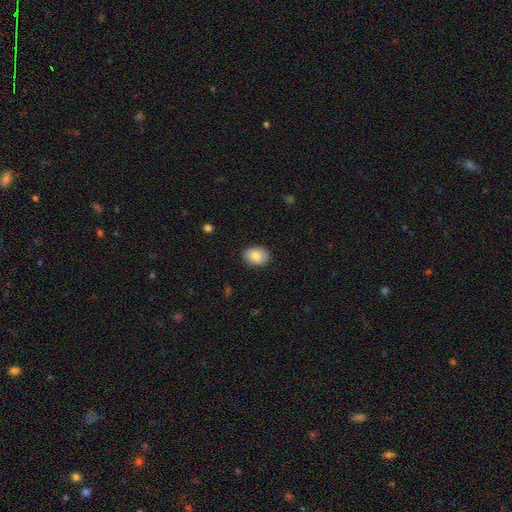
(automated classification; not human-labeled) Smooth or featured?
  - smooth: 84% *
  - featured or disk: 9%
  - star or artifact: 7%
How rounded?
  - in between: 71% *
  - round: 28%
  - cigar-shaped: 1%
Merging?
  - none: 87% *
  - minor disturbance: 10%
  - major disturbance: 2%
  - merger: 1%